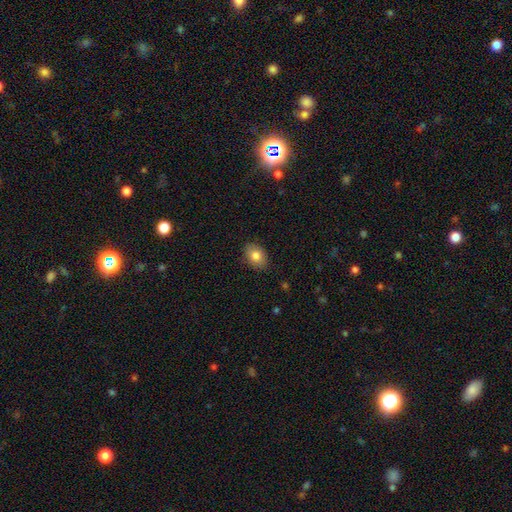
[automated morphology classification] smooth_or_featured: smooth (p=0.82) [alt: featured or disk p=0.10]
how_rounded: in between (p=0.77) [alt: round p=0.22]
merging: none (p=0.85) [alt: minor disturbance p=0.11]